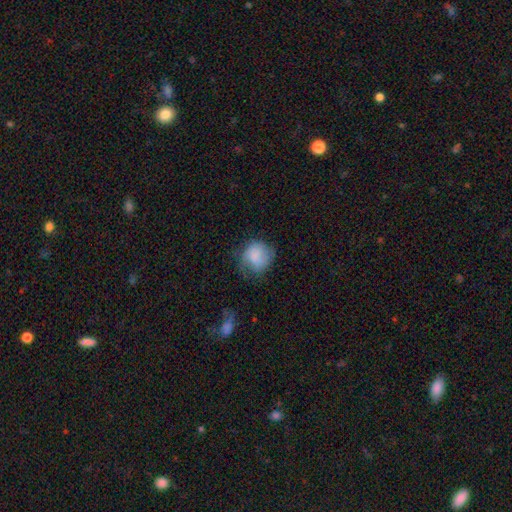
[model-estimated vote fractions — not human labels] Q: Smooth or featured?
A: smooth (71%); runner-up: featured or disk (21%)
Q: How rounded?
A: round (77%); runner-up: in between (22%)
Q: Merging?
A: none (52%); runner-up: minor disturbance (30%)